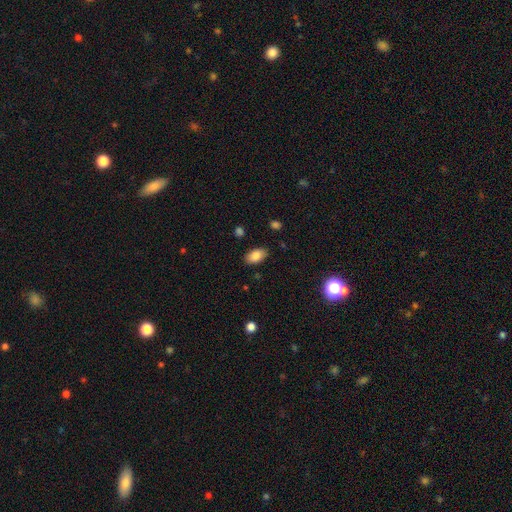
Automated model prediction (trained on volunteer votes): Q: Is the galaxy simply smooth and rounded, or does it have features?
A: smooth — 85%.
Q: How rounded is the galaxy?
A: in between — 93%.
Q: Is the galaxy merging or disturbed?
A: none — 86%.